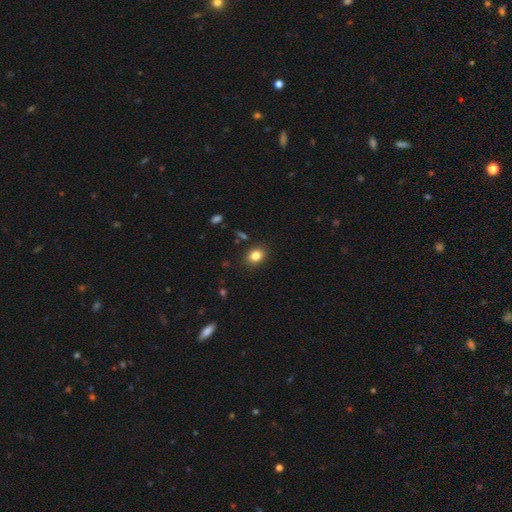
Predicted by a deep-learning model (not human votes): A smooth galaxy with no disk features (83%) that is in between round and cigar-shaped (58%). Merging: none (87%).